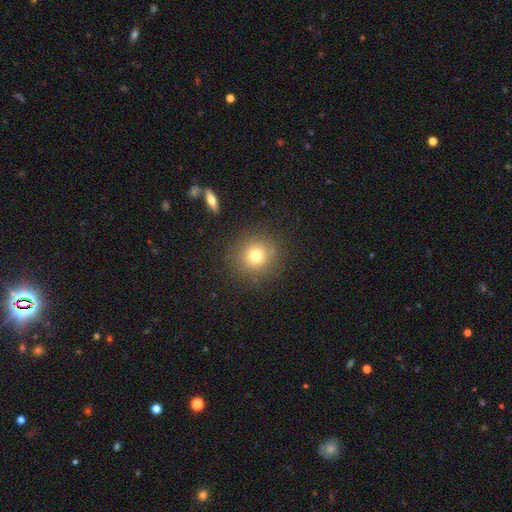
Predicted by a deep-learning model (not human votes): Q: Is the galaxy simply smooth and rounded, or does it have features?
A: smooth — 74%.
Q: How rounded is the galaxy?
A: round — 93%.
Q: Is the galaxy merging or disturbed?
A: none — 88%.